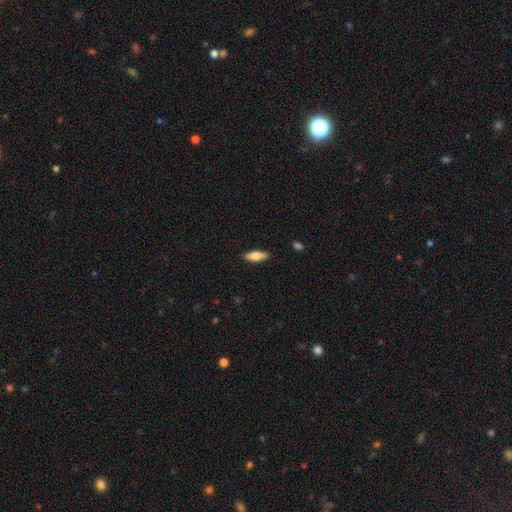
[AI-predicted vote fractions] This appears to be a smooth galaxy with no disk features (72%) that is in between round and cigar-shaped (61%). Merging: none (88%).